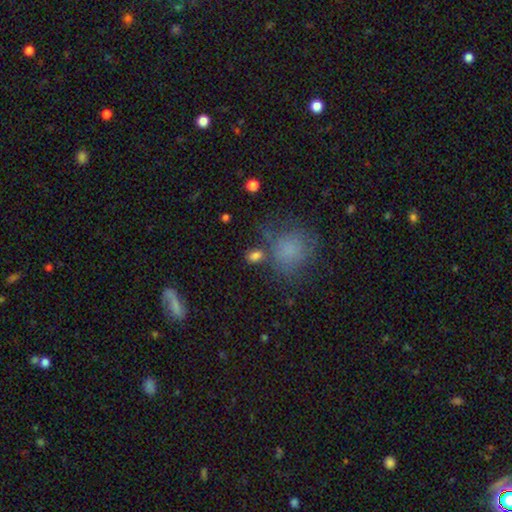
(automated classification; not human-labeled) This appears to be a smooth galaxy with no disk features (80%) that is in between round and cigar-shaped (69%). Merging: none (65%).